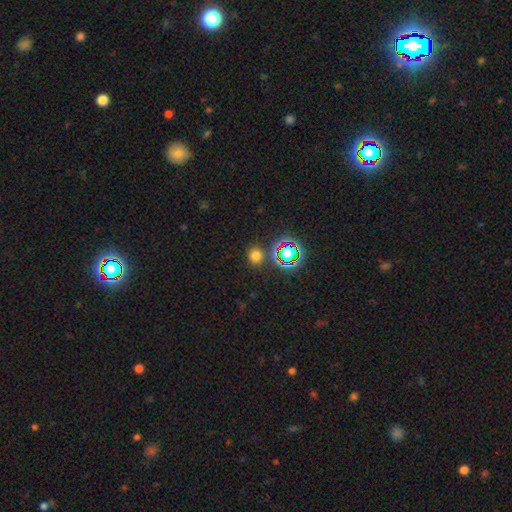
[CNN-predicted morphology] Smooth or featured? smooth (68%)
How rounded? round (86%)
Merging? none (83%)